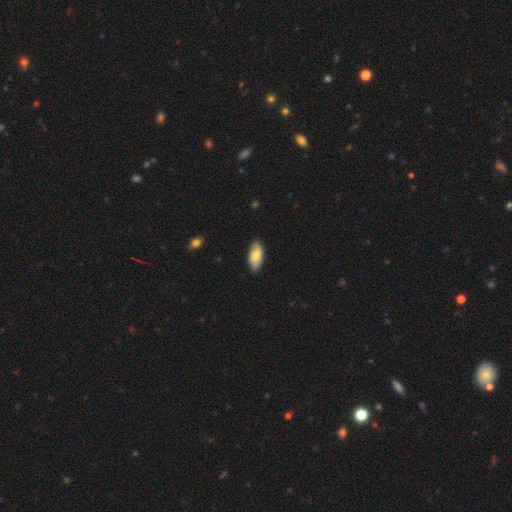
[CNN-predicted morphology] A smooth galaxy with no disk features (80%) that is in between round and cigar-shaped (90%). Merging: none (85%).